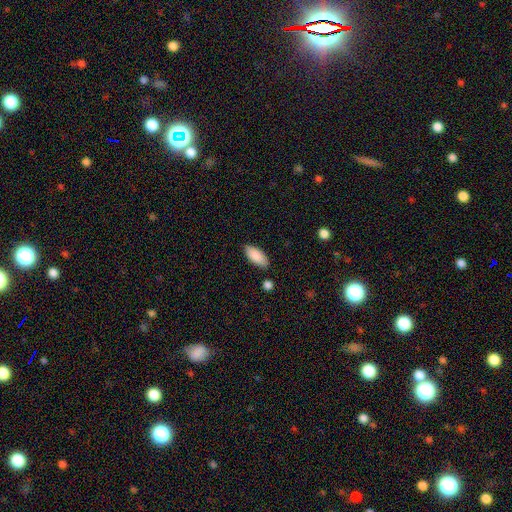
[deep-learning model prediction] smooth_or_featured: smooth (p=0.88) [alt: star or artifact p=0.06]
how_rounded: in between (p=0.88) [alt: cigar-shaped p=0.10]
merging: none (p=0.82) [alt: minor disturbance p=0.13]